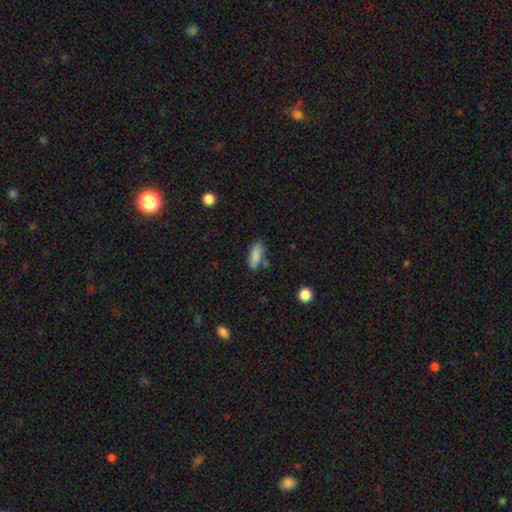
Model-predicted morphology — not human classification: Overall: smooth (84%). How rounded: in between (77%). Merging: none (70%).